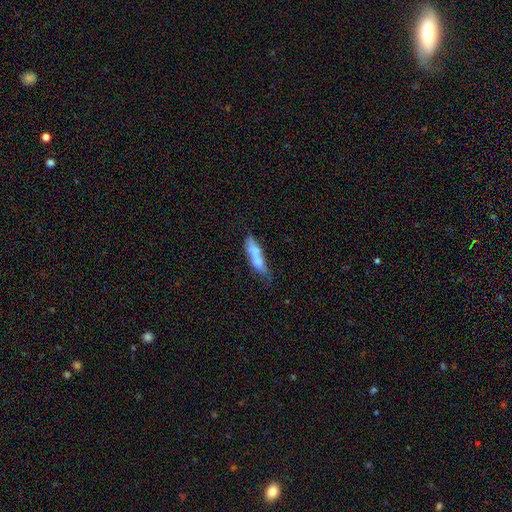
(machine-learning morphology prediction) Smooth or featured? smooth (67%)
How rounded? cigar-shaped (72%)
Merging? none (42%)